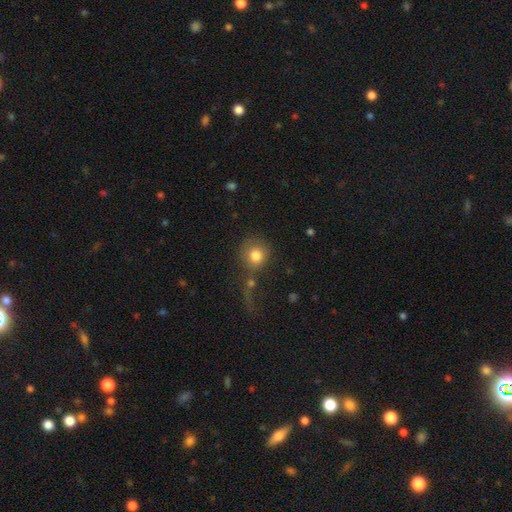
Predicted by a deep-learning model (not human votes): smooth 81%, featured or disk 10%, star or artifact 9%. Down the decision tree: how rounded — round (84%); merging — none (50%).